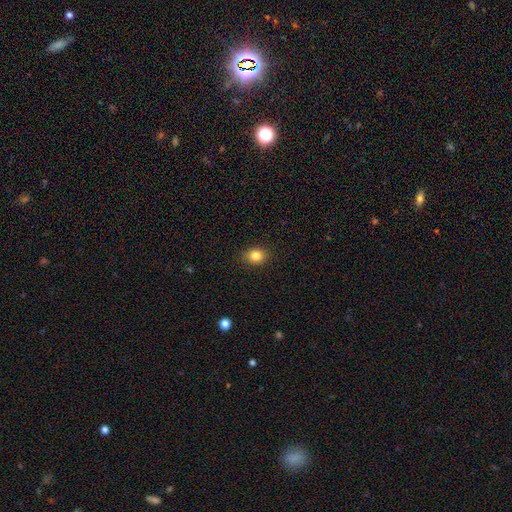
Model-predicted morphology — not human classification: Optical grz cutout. It shows a smooth galaxy with no disk features (83%) that is round (57%). Merging: none (89%).